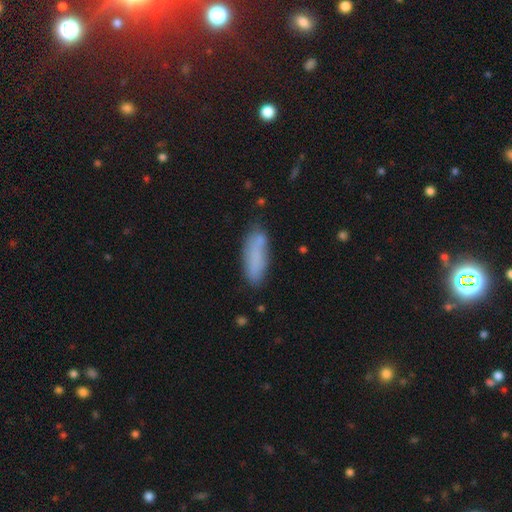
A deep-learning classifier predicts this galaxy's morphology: type=smooth (76%); roundness=cigar-shaped (56%); merging=none (73%).